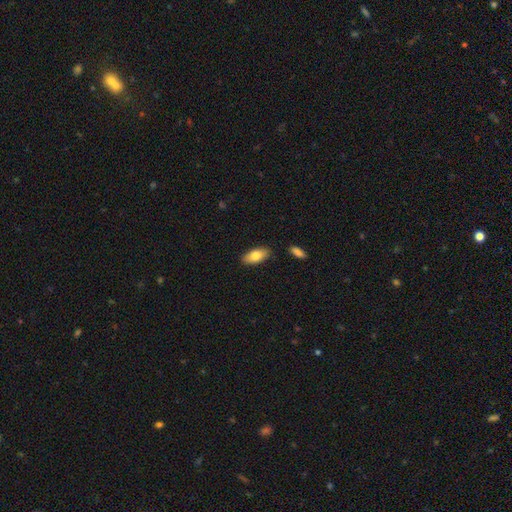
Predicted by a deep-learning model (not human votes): A smooth galaxy with no disk features (78%) that is in between round and cigar-shaped (89%). Merging: none (85%).